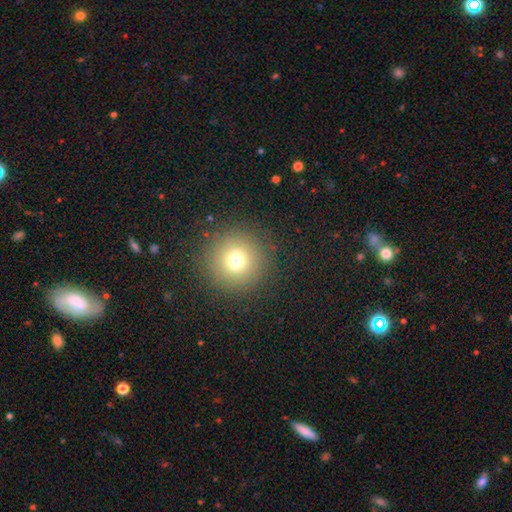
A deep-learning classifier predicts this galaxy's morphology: Overall: smooth (68%). How rounded: round (95%). Merging: none (92%).